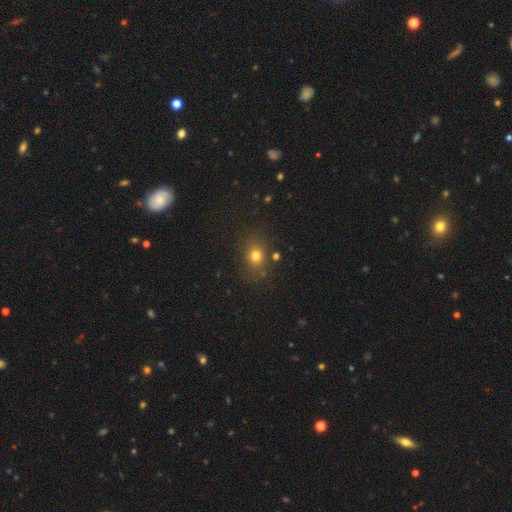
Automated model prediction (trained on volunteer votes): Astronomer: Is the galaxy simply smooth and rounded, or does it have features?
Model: smooth — 74%.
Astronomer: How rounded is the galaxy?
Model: round — 61% (runner-up: in between, 37%).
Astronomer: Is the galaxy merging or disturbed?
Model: none — 80%.